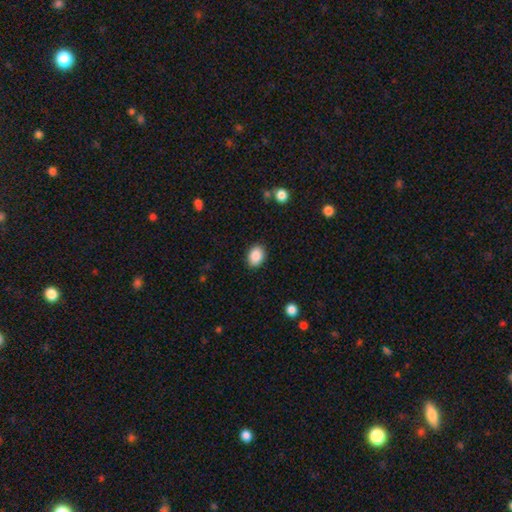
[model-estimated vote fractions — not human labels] Smooth or featured?
  - smooth: 89% *
  - star or artifact: 8%
  - featured or disk: 4%
How rounded?
  - in between: 74% *
  - round: 25%
  - cigar-shaped: 1%
Merging?
  - none: 88% *
  - minor disturbance: 9%
  - major disturbance: 2%
  - merger: 1%